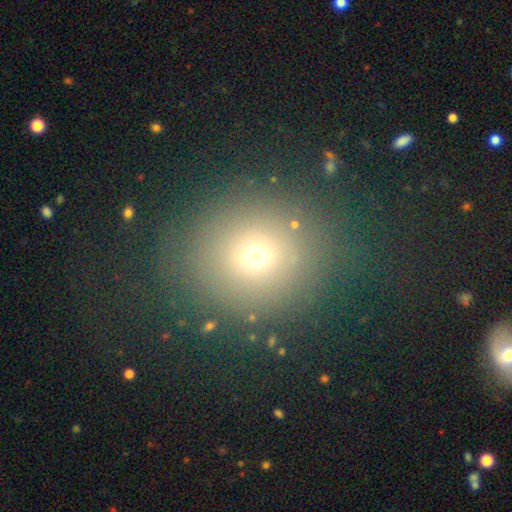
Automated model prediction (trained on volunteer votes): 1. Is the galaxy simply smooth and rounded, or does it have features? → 68% smooth, 22% star or artifact, 10% featured or disk.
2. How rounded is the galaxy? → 82% round, 17% in between, 1% cigar-shaped.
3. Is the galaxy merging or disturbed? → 82% none, 10% minor disturbance, 6% major disturbance, 2% merger.